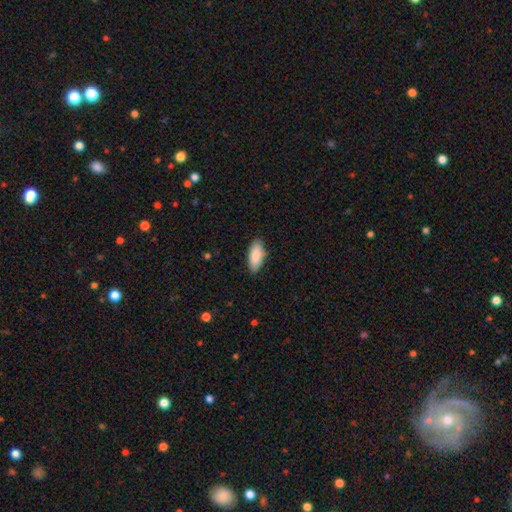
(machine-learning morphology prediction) Smooth or featured?
  - smooth: 86% *
  - featured or disk: 8%
  - star or artifact: 6%
How rounded?
  - in between: 83% *
  - cigar-shaped: 15%
  - round: 2%
Merging?
  - none: 86% *
  - minor disturbance: 11%
  - major disturbance: 2%
  - merger: 1%